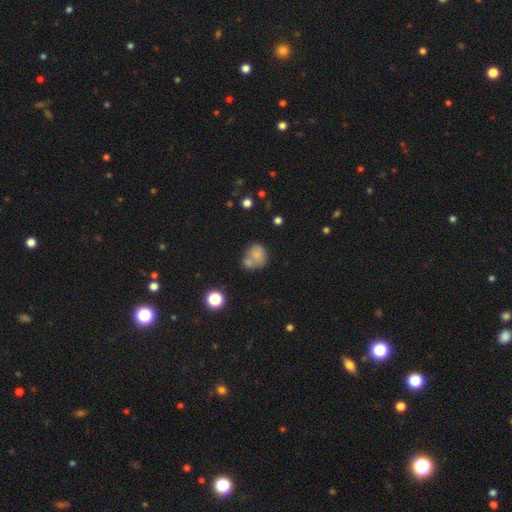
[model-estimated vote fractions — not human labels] A smooth galaxy with no disk features (76%) that is round (66%).

Vote fractions:
- Smooth or featured? smooth: 76% / featured or disk: 14% / star or artifact: 10%
- How rounded? round: 66% / in between: 33% / cigar-shaped: 1%
- Merging? merger: 46% / none: 34% / minor disturbance: 13% / major disturbance: 7%